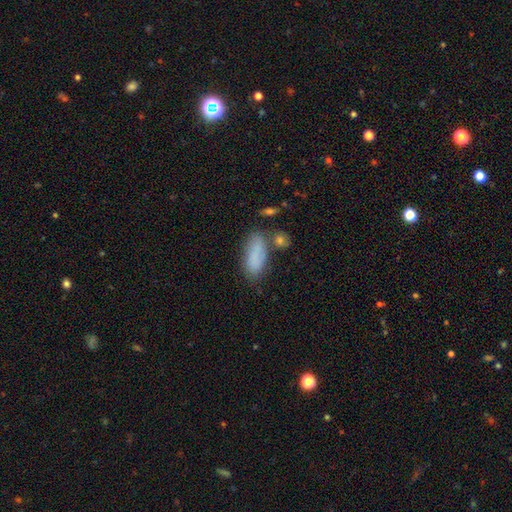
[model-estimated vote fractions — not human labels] smooth_or_featured: smooth (p=0.83) [alt: featured or disk p=0.10]
how_rounded: in between (p=0.79) [alt: cigar-shaped p=0.18]
merging: none (p=0.60) [alt: minor disturbance p=0.22]